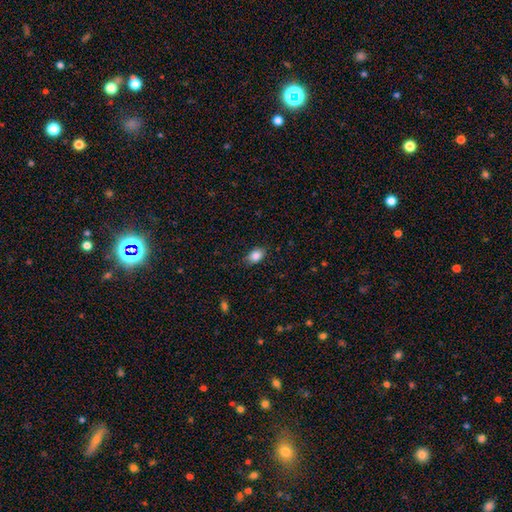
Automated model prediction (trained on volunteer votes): smooth 86%, star or artifact 8%, featured or disk 6%. Down the decision tree: how rounded — in between (82%); merging — none (79%).